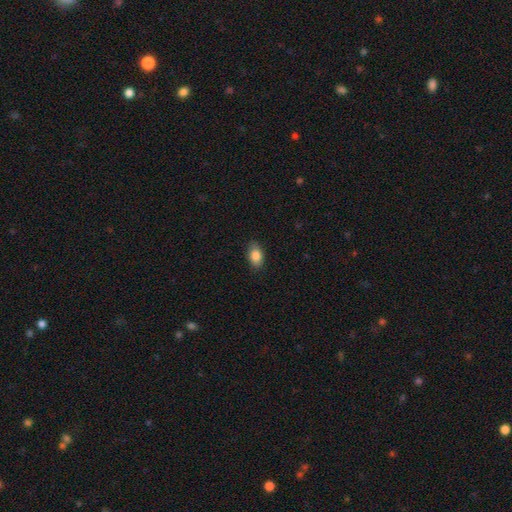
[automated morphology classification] Q: Smooth or featured?
A: smooth (84%); runner-up: featured or disk (8%)
Q: How rounded?
A: in between (87%); runner-up: round (11%)
Q: Merging?
A: none (85%); runner-up: minor disturbance (11%)